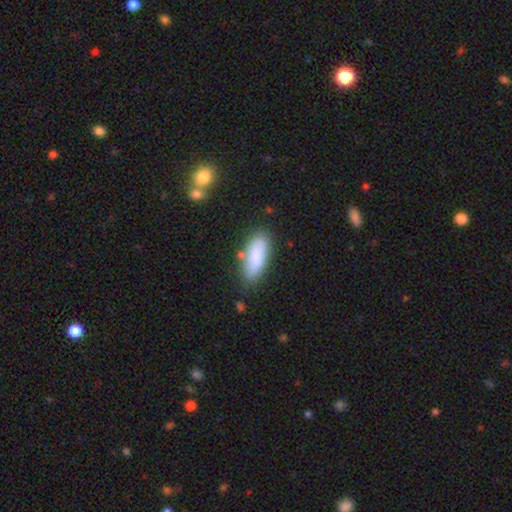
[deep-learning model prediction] Smooth or featured: smooth — 85% (featured or disk — 8%)
How rounded: in between — 70% (cigar-shaped — 28%)
Merging: none — 78% (minor disturbance — 15%)